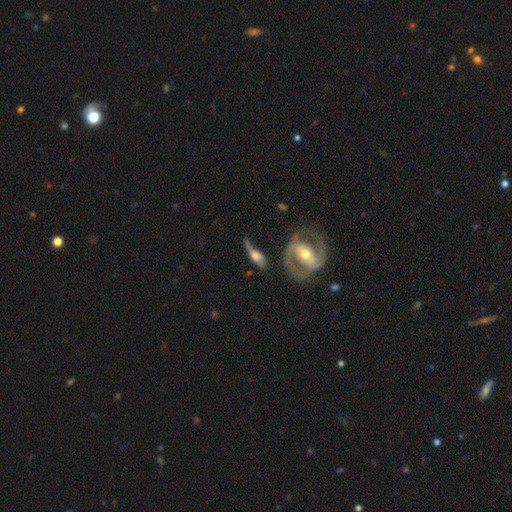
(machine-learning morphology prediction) Smooth or featured: featured or disk — 61% (smooth — 31%)
Edge-on disk: no — 67% (yes — 33%)
Merging: none — 41% (major disturbance — 24%)